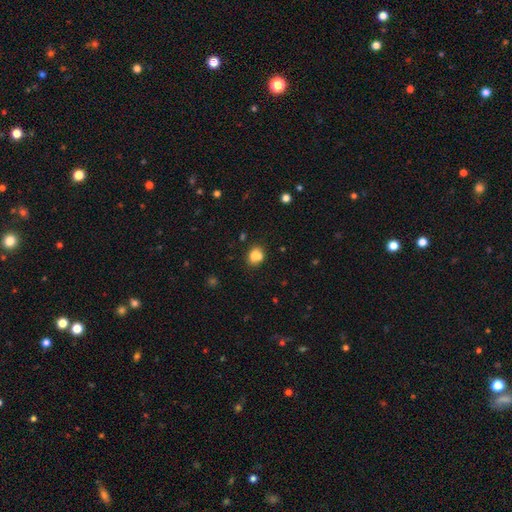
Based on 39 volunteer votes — Smooth or featured? smooth (82%)
How rounded? round (62%)
Merging? none (42%)